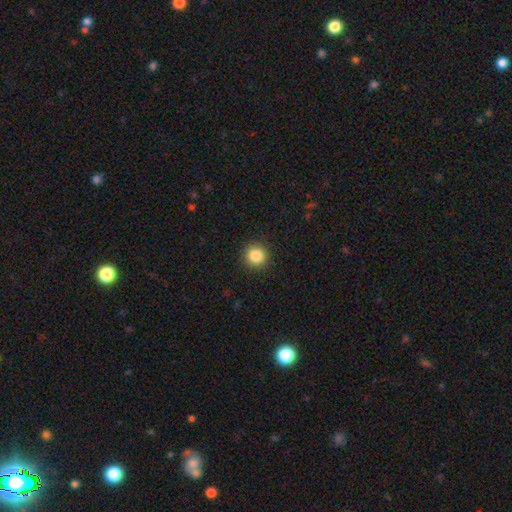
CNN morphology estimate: type=smooth (86%); roundness=round (95%); merging=none (92%).